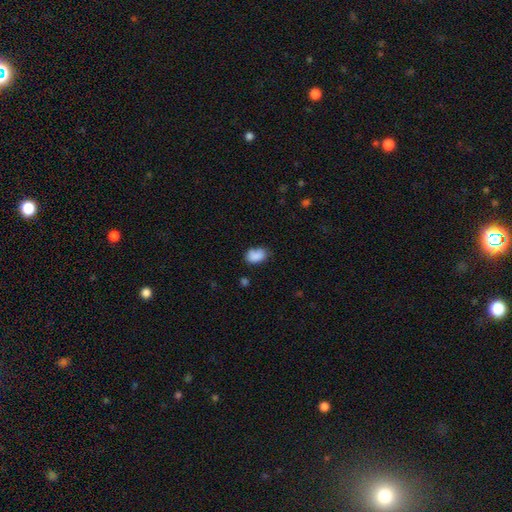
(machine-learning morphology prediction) smooth_or_featured: smooth (p=0.85) [alt: star or artifact p=0.09]
how_rounded: in between (p=0.83) [alt: round p=0.15]
merging: none (p=0.62) [alt: minor disturbance p=0.26]